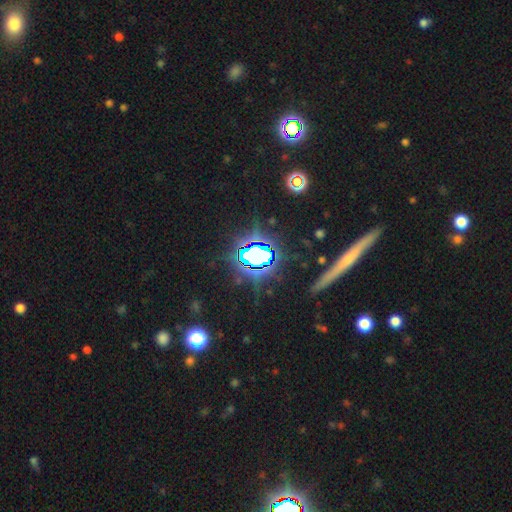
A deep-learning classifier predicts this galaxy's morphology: A star or artifact, not a galaxy (75%).